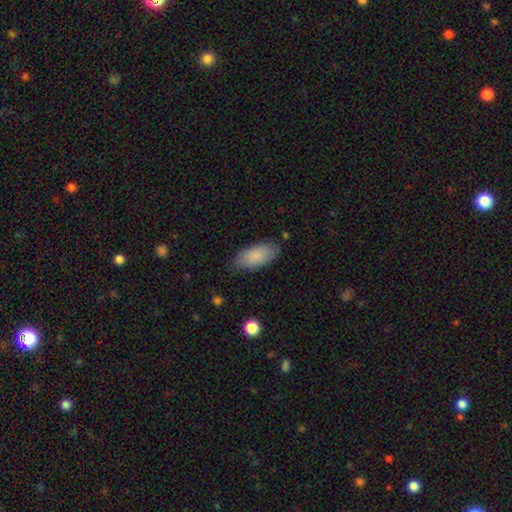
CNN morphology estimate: Overall: smooth (85%). How rounded: in between (89%). Merging: none (76%).